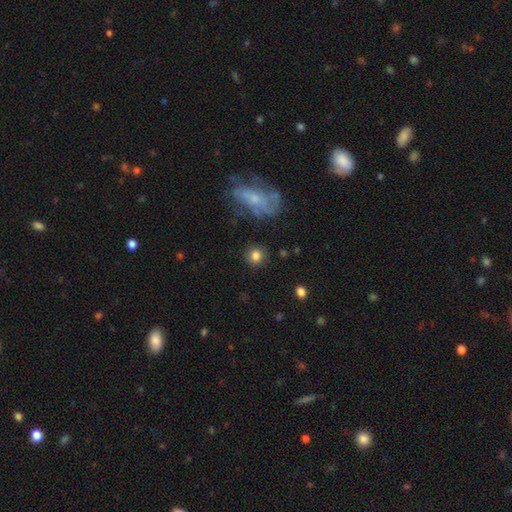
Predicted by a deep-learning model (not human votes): This is clearly a smooth galaxy (83%). How rounded: clearly round (88%). Merging: clearly none (87%).